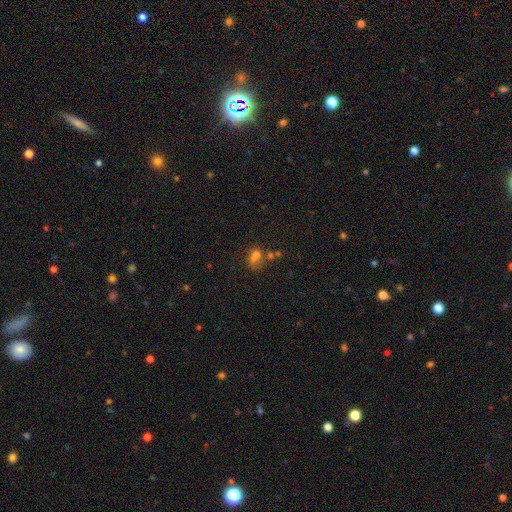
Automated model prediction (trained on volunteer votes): Smooth or featured? smooth (60%)
How rounded? in between (50%)
Merging? merger (46%)